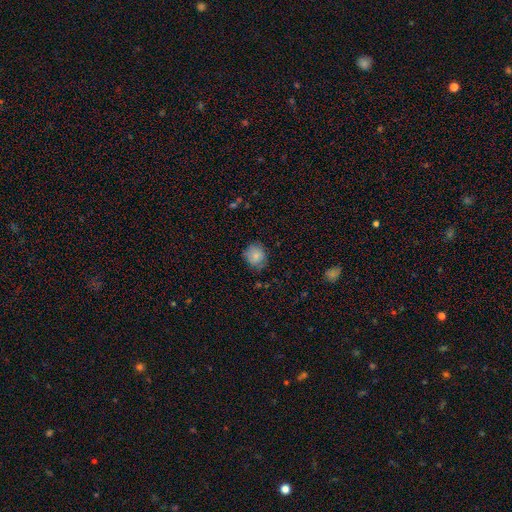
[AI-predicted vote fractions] Q: Smooth or featured?
A: smooth (80%); runner-up: featured or disk (11%)
Q: How rounded?
A: round (79%); runner-up: in between (20%)
Q: Merging?
A: none (72%); runner-up: minor disturbance (21%)